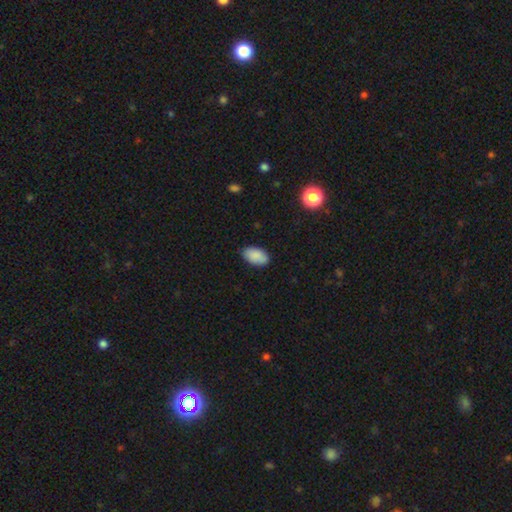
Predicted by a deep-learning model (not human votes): smooth_or_featured: smooth (p=0.88) [alt: star or artifact p=0.07]
how_rounded: in between (p=0.94) [alt: round p=0.04]
merging: none (p=0.85) [alt: minor disturbance p=0.12]